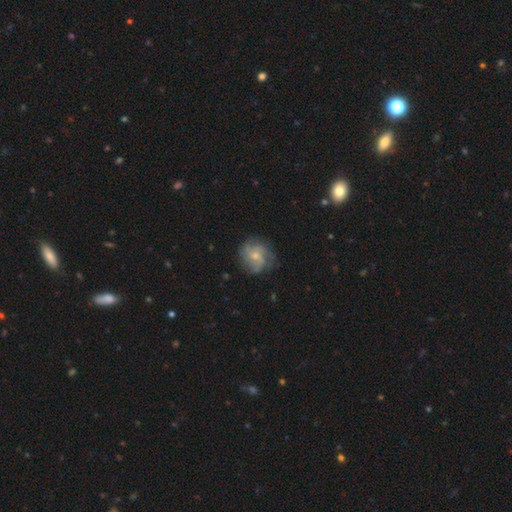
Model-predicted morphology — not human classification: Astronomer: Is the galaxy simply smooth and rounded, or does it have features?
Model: featured or disk — 65%.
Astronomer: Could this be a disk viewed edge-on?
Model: no — 98%.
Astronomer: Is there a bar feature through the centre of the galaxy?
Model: no — 64%.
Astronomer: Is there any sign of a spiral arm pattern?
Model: yes — 88%.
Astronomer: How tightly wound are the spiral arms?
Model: medium — 45% (runner-up: tight, 31%).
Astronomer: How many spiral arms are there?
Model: can't tell — 28%, tied with 3 at 28%.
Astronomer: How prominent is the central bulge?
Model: small — 56% (runner-up: moderate, 38%).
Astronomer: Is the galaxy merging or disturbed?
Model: none — 73%.